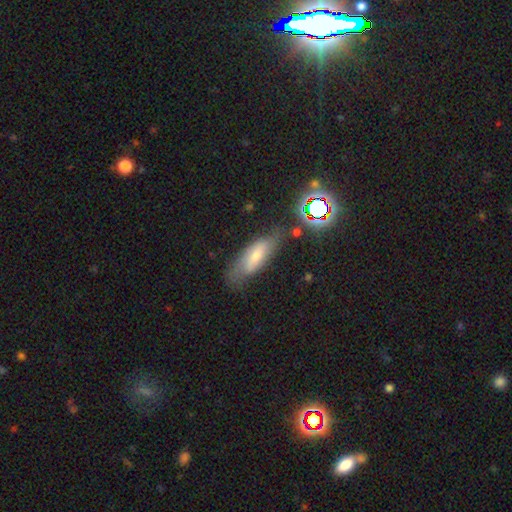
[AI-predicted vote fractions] Smooth or featured? Predicted: smooth (p=0.50). Merging? Predicted: none (p=0.64).